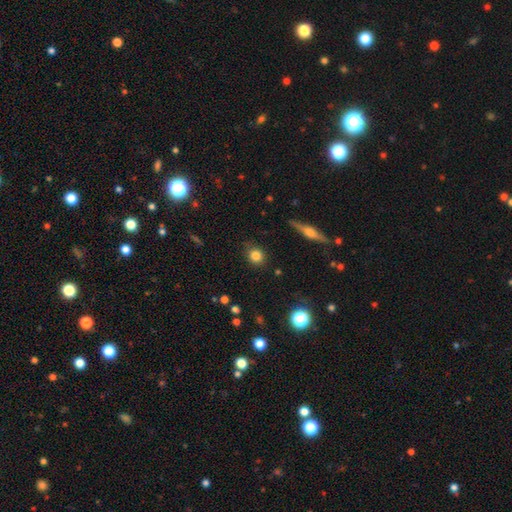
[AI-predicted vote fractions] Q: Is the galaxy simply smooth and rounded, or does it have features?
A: smooth — 81%.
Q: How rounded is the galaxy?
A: round — 79%.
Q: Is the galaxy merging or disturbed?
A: none — 85%.